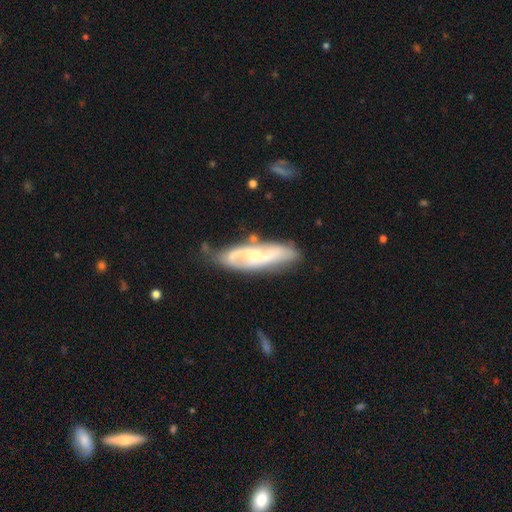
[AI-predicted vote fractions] Smooth or featured? featured or disk (72%)
Edge-on disk? no (81%)
Bar? no (56%)
Spiral arms? yes (87%)
Spiral winding? medium (44%)
Spiral arm count? 2 (66%)
Bulge size? small (49%)
Merging? none (63%)